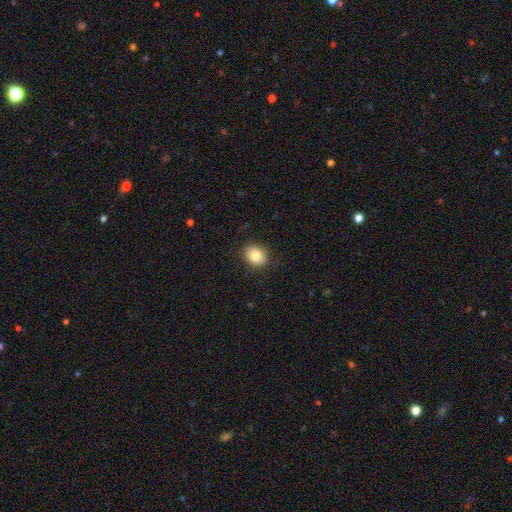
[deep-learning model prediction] Smooth or featured? Predicted: smooth (p=0.84). How rounded? Predicted: in between (p=0.50). Merging? Predicted: none (p=0.88).